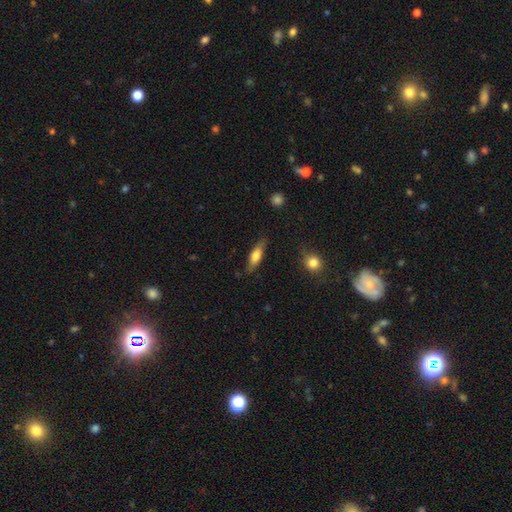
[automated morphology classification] Q: Smooth or featured?
A: smooth (64%); runner-up: featured or disk (30%)
Q: How rounded?
A: cigar-shaped (56%); runner-up: in between (42%)
Q: Merging?
A: none (80%); runner-up: minor disturbance (15%)